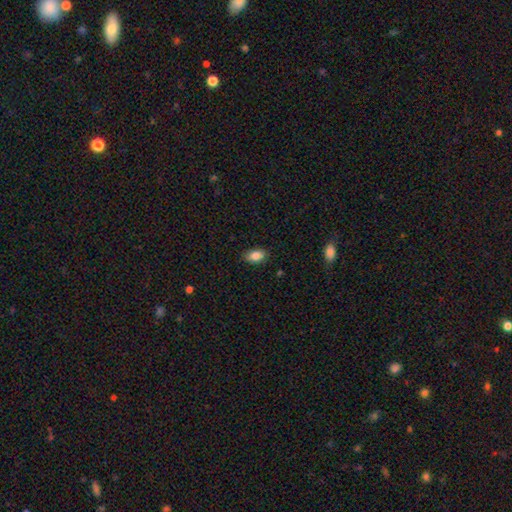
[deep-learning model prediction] Smooth or featured? Predicted: smooth (p=0.86). How rounded? Predicted: in between (p=0.91). Merging? Predicted: none (p=0.86).